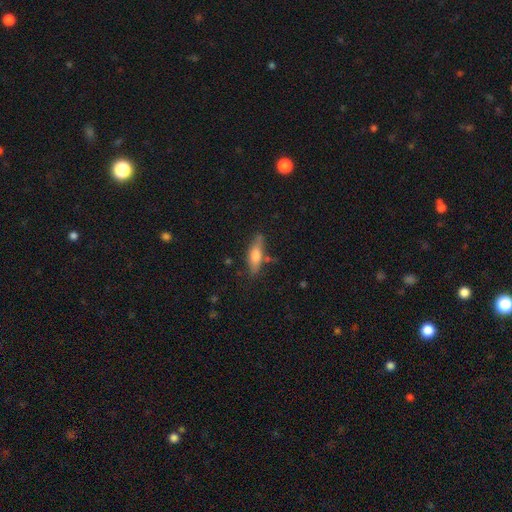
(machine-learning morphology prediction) A smooth galaxy with no disk features (60%) that is cigar-shaped (53%). Merging: none (73%).